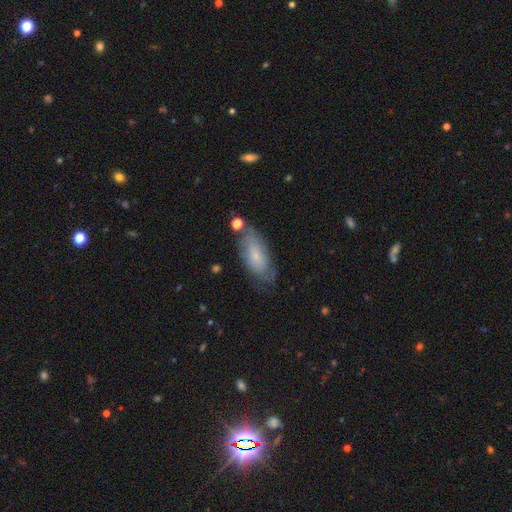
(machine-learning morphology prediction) Smooth or featured? smooth (62%)
How rounded? in between (84%)
Merging? none (63%)